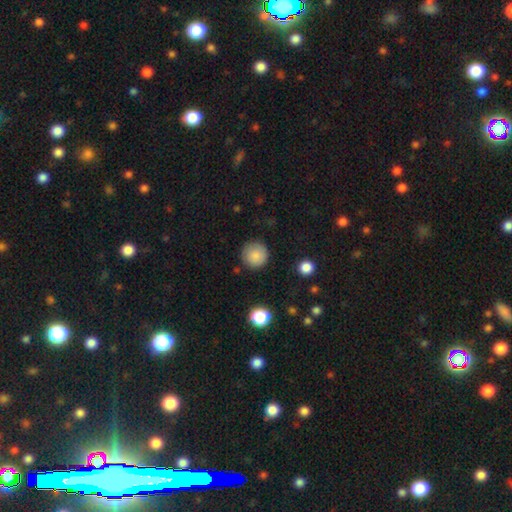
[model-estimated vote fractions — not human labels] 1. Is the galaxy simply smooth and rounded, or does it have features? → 86% smooth, 9% star or artifact, 5% featured or disk.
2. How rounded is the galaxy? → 95% round, 4% in between, 1% cigar-shaped.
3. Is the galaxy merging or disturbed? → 87% none, 9% minor disturbance, 3% major disturbance, 2% merger.